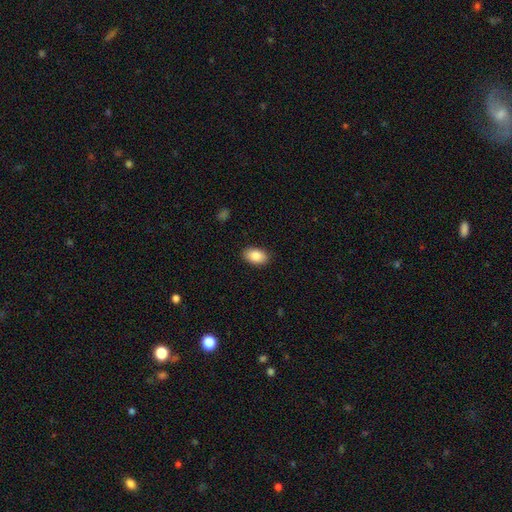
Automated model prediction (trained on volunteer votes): Overall: smooth (86%). How rounded: in between (92%). Merging: none (89%).